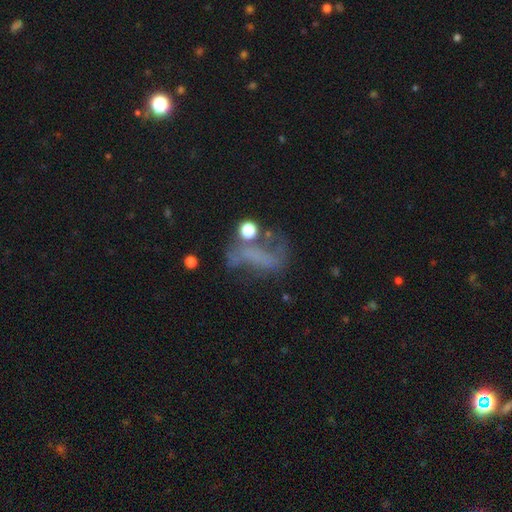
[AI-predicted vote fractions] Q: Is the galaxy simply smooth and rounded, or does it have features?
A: featured or disk — 42%.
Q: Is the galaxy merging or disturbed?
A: major disturbance — 38%.